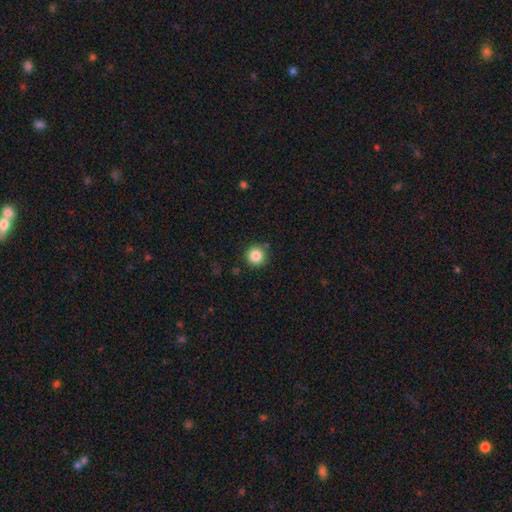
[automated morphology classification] Overall: smooth (86%). How rounded: round (95%). Merging: none (88%).